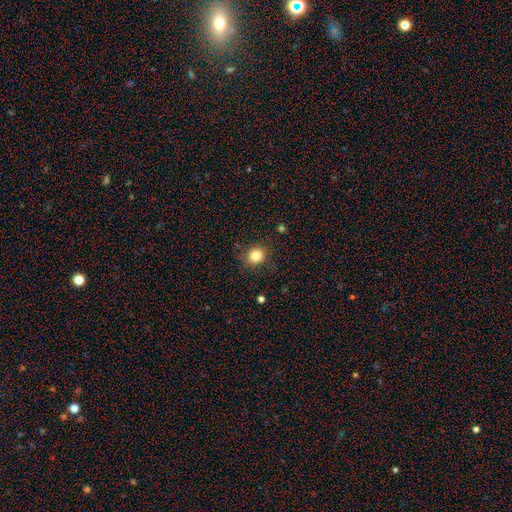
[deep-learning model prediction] Smooth or featured? smooth (83%)
How rounded? round (83%)
Merging? none (86%)